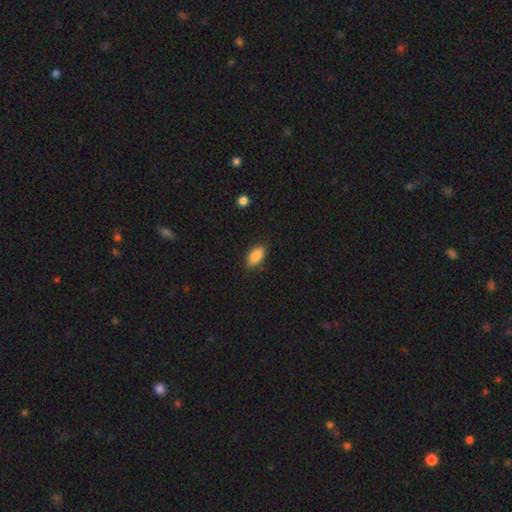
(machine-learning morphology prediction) type=smooth (88%); roundness=in between (93%); merging=none (86%).